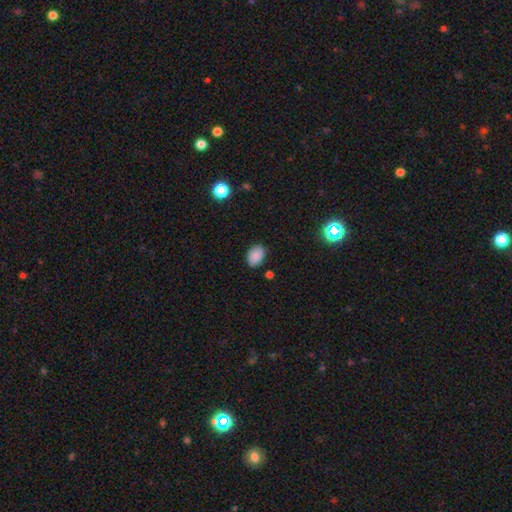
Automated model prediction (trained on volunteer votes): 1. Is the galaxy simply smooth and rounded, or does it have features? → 86% smooth, 10% star or artifact, 4% featured or disk.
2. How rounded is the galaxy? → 77% in between, 22% round, 1% cigar-shaped.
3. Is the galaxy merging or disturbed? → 82% none, 13% minor disturbance, 3% major disturbance, 2% merger.